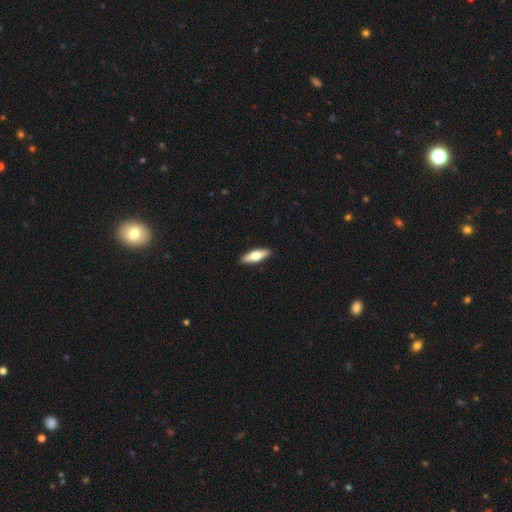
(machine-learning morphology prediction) Smooth or featured? smooth (53%)
How rounded? cigar-shaped (53%)
Merging? none (91%)